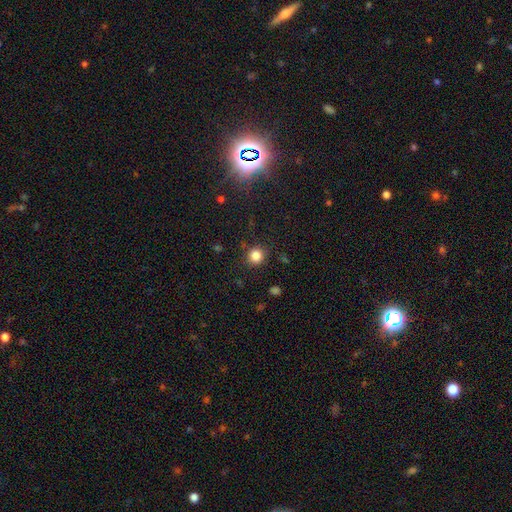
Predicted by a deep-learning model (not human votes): This appears to be a smooth galaxy with no disk features (83%) that is round (88%). Merging: none (87%).